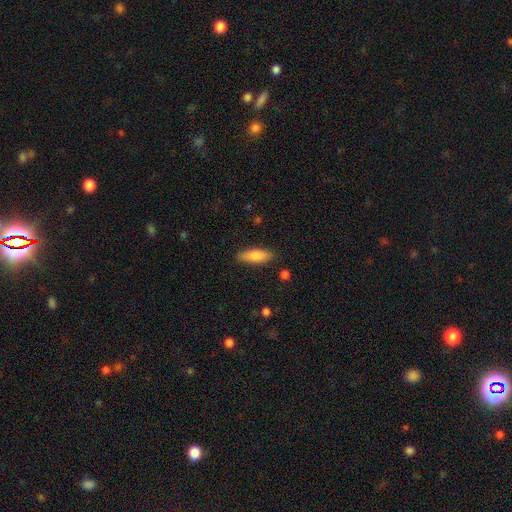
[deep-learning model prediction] This appears to be a smooth galaxy with no disk features (82%) that is in between round and cigar-shaped (59%). Merging: none (85%).